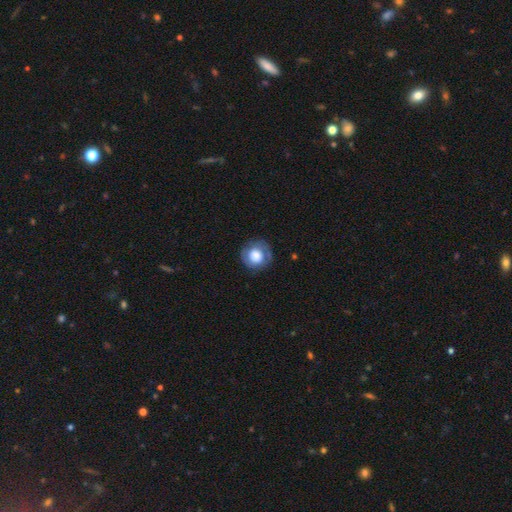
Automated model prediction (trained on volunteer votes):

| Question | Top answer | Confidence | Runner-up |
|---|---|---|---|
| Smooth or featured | smooth | 68% | featured or disk (25%) |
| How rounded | round | 88% | in between (11%) |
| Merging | none | 75% | minor disturbance (17%) |